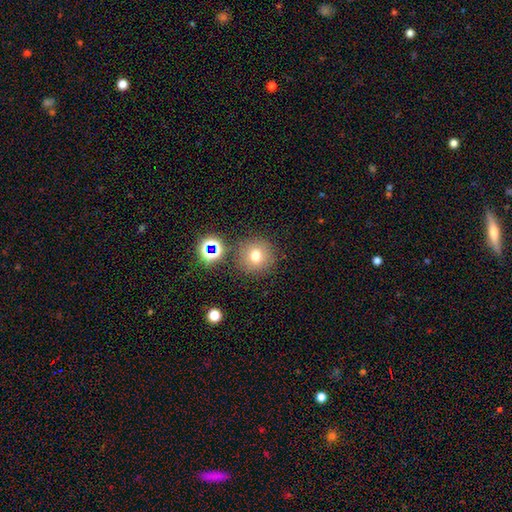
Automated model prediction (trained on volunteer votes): A smooth galaxy with no disk features (72%) that is round (94%). Merging: none (83%).